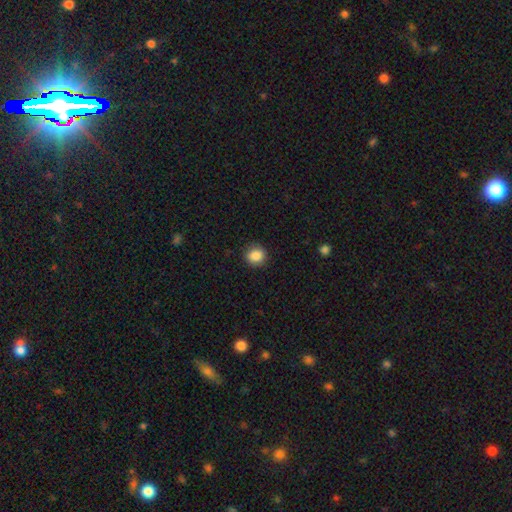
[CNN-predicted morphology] Q: Smooth or featured?
A: smooth (87%); runner-up: star or artifact (9%)
Q: How rounded?
A: round (80%); runner-up: in between (19%)
Q: Merging?
A: none (87%); runner-up: minor disturbance (10%)